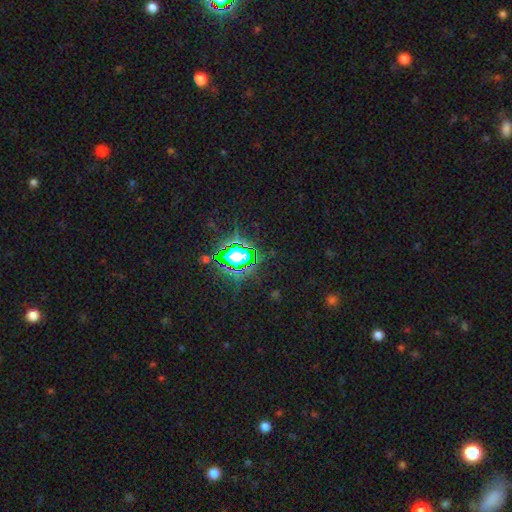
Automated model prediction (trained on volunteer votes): smooth-or-featured: star or artifact: 78% | smooth: 15% | featured or disk: 7%